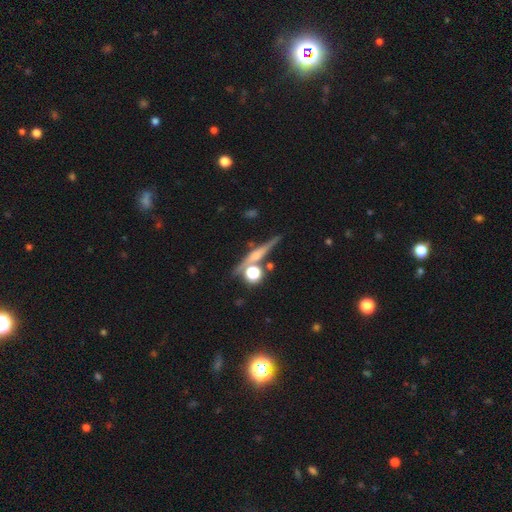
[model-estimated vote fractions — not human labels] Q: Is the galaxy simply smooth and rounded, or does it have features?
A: featured or disk — 54%.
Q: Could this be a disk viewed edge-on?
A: yes — 92%.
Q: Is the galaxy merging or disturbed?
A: none — 75%.